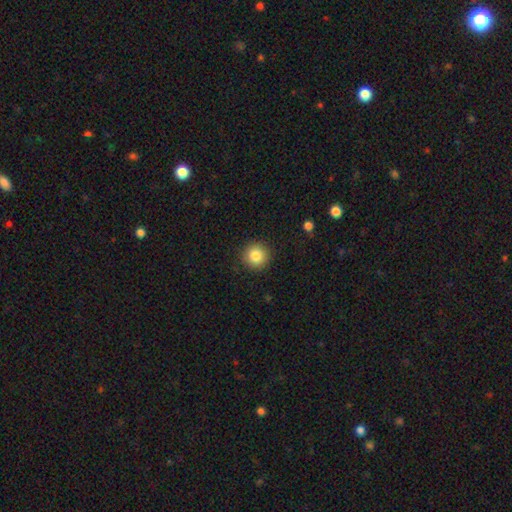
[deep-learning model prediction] This appears to be a smooth galaxy with no disk features (84%) that is round (95%). Merging: none (91%).